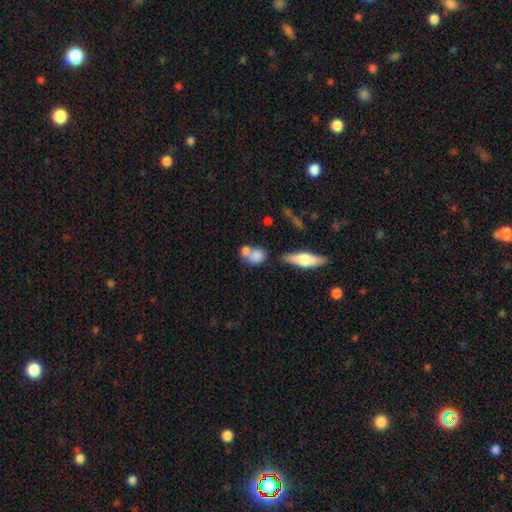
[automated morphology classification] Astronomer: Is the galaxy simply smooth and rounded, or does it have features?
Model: smooth — 77%.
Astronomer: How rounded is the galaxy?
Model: round — 52% (runner-up: in between, 44%).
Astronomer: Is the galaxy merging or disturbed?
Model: none — 42% (runner-up: merger, 41%).